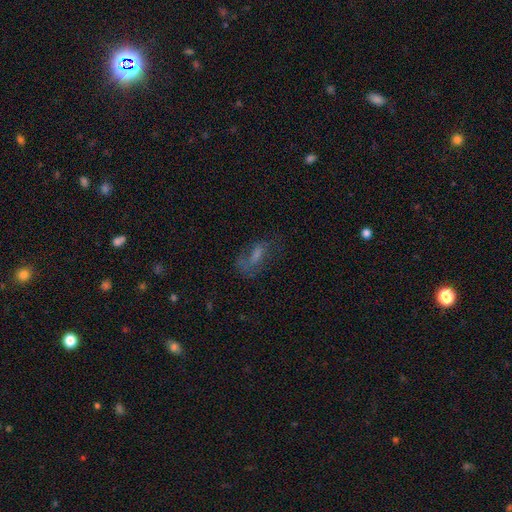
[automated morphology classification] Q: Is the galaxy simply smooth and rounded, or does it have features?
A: smooth — 42%.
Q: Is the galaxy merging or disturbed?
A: none — 46%.